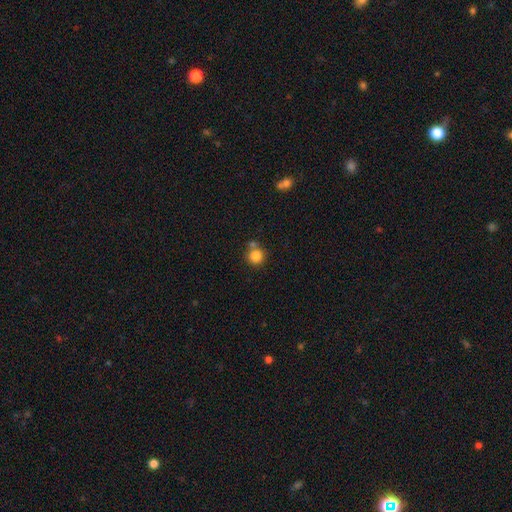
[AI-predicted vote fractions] Overall: smooth (84%). How rounded: round (92%). Merging: none (66%).